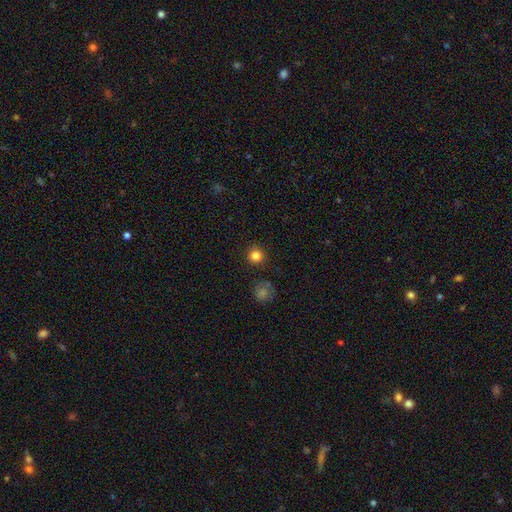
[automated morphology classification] smooth-or-featured: smooth: 82% | star or artifact: 13% | featured or disk: 4%
  how-rounded: round: 95% | in between: 4% | cigar-shaped: 1%
  merging: none: 90% | minor disturbance: 6% | major disturbance: 2% | merger: 2%